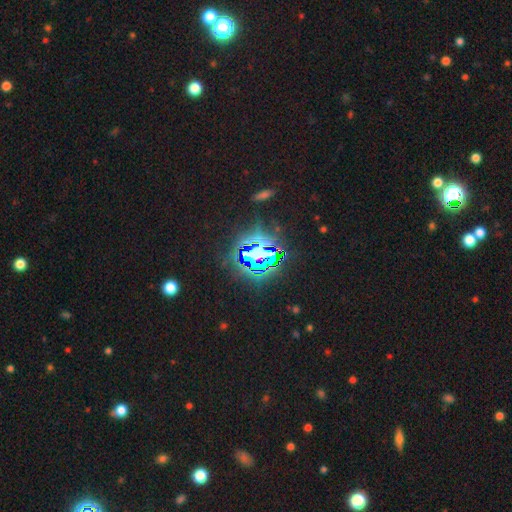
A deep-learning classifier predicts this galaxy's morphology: A star or artifact, not a galaxy (79%).

Vote fractions:
- Smooth or featured? star or artifact: 79% / smooth: 11% / featured or disk: 10%